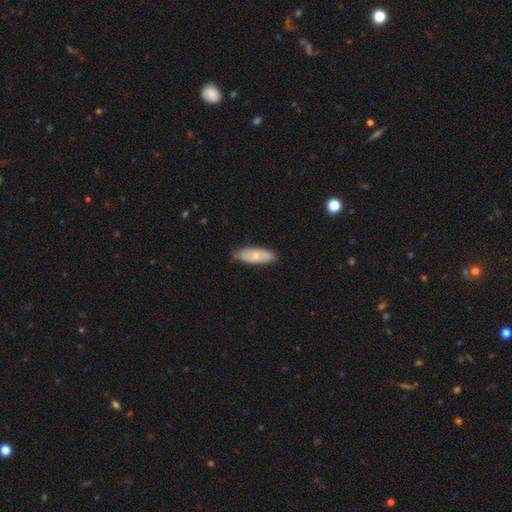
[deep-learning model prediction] A smooth galaxy with no disk features (60%) that is in between round and cigar-shaped (70%).

Vote fractions:
- Smooth or featured? smooth: 60% / featured or disk: 34% / star or artifact: 6%
- How rounded? in between: 70% / cigar-shaped: 27% / round: 2%
- Merging? none: 78% / minor disturbance: 18% / major disturbance: 3% / merger: 1%